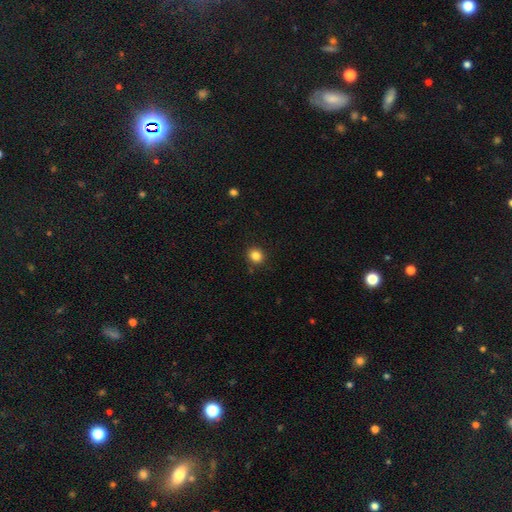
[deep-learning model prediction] Morphology: type=smooth (84%); roundness=round (83%); merging=none (89%).